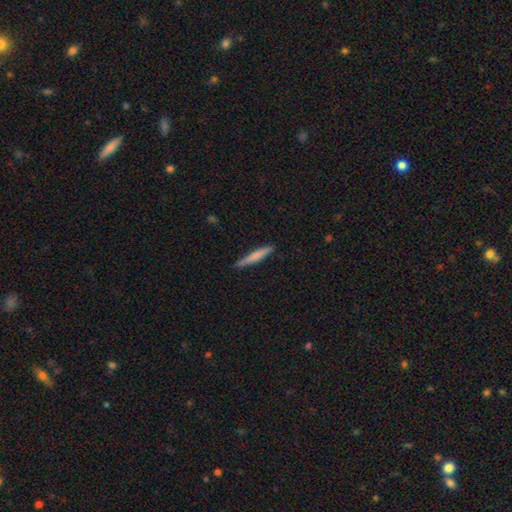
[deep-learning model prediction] A smooth galaxy with no disk features (68%) that is cigar-shaped (95%). Merging: none (87%).